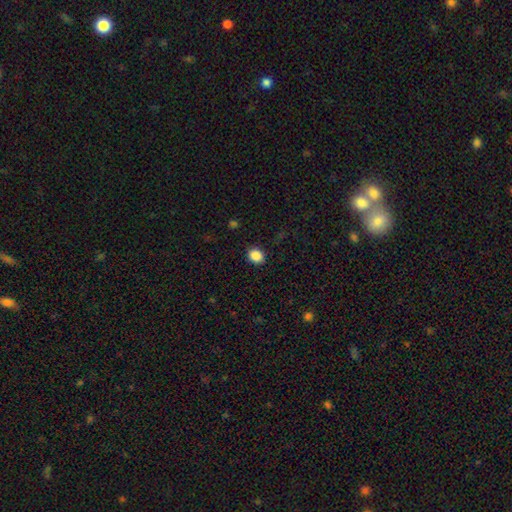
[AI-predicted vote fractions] This appears to be a smooth galaxy with no disk features (87%) that is round (54%). Merging: none (89%).